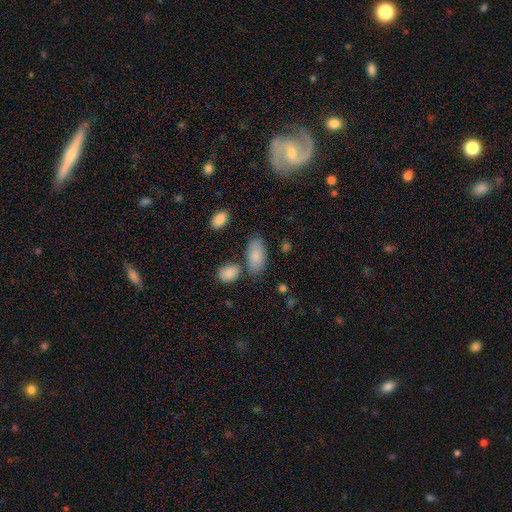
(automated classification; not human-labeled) smooth_or_featured: smooth (p=0.84) [alt: featured or disk p=0.09]
how_rounded: in between (p=0.93) [alt: cigar-shaped p=0.04]
merging: none (p=0.70) [alt: minor disturbance p=0.15]